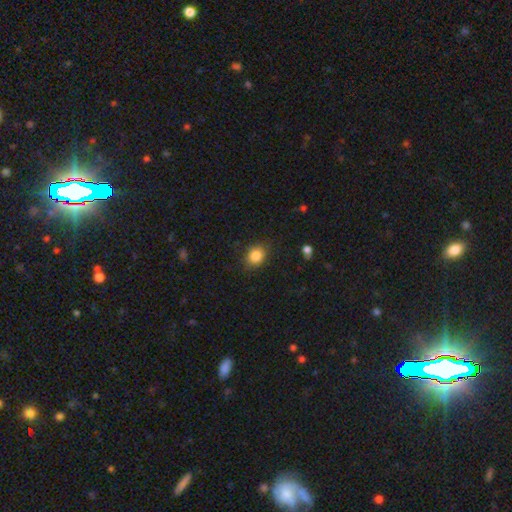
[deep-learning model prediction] Smooth or featured? smooth (84%)
How rounded? round (54%)
Merging? none (83%)